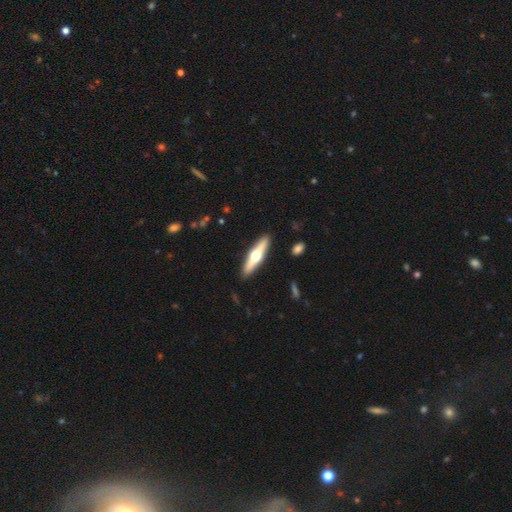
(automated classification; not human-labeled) Smooth or featured: featured or disk — 62% (smooth — 33%)
Edge-on disk: yes — 94% (no — 6%)
Edge-on bulge: rounded — 96% (none — 2%)
Merging: none — 91% (minor disturbance — 7%)